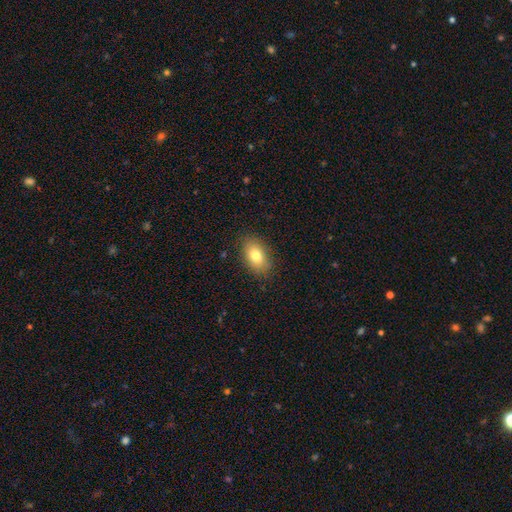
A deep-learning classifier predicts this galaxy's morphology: Smooth or featured: smooth — 79% (featured or disk — 12%)
How rounded: in between — 86% (round — 12%)
Merging: none — 85% (minor disturbance — 11%)